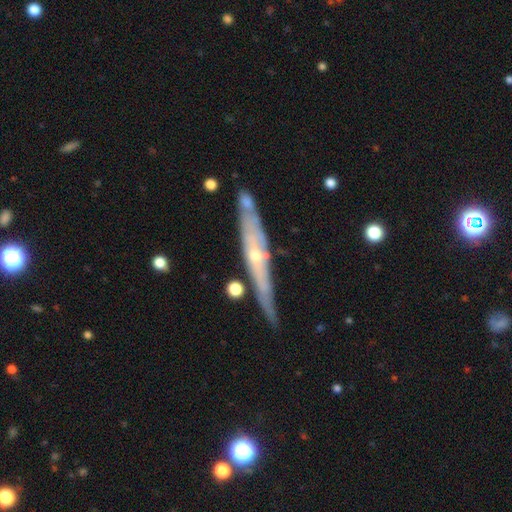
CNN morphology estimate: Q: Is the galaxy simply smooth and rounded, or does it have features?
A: featured or disk — 71%.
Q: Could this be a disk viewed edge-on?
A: yes — 77%.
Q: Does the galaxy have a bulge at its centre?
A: rounded — 69%.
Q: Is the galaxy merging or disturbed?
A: none — 68%.